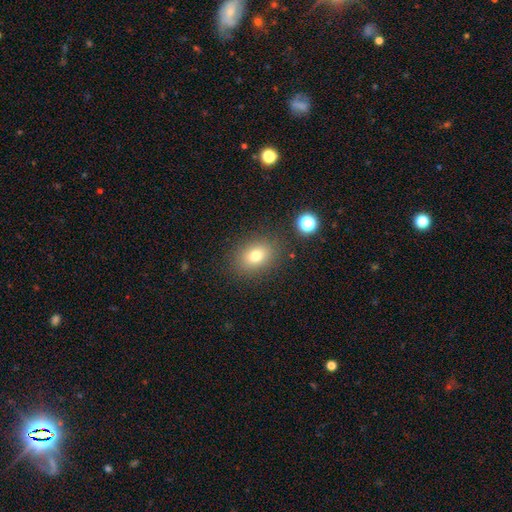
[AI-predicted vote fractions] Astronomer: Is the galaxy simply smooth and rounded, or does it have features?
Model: smooth — 77%.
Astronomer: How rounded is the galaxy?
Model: in between — 63%.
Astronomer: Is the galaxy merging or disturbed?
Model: none — 84%.